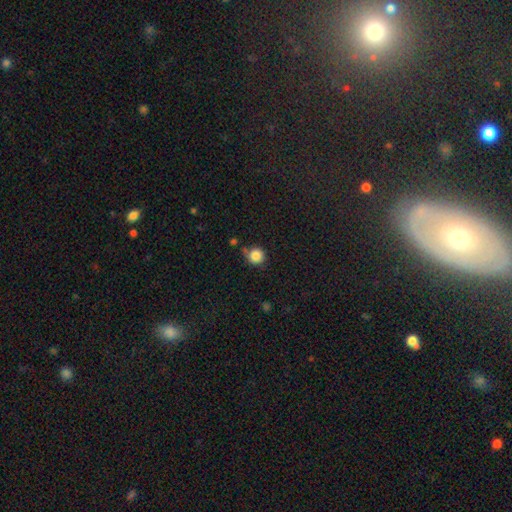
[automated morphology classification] type=smooth (85%); roundness=round (93%); merging=none (68%).